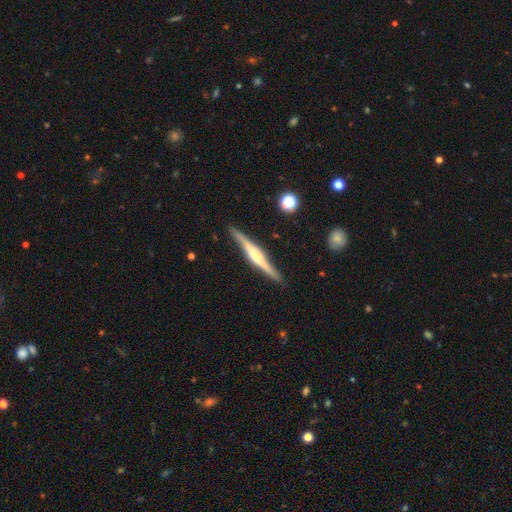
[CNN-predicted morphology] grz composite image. It shows a featured or disk galaxy (75%) viewed edge-on (97%) with a rounded central bulge (50%). Merging: none (87%).